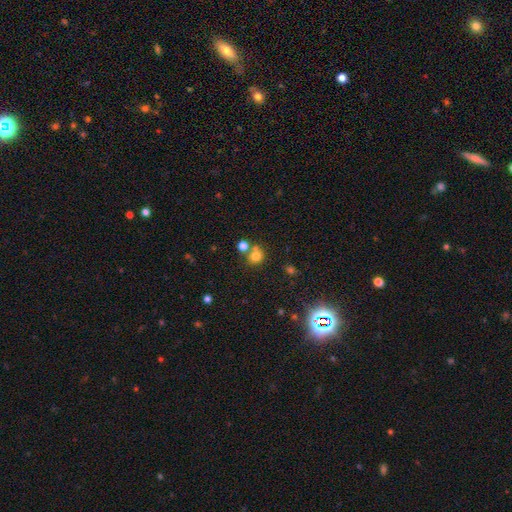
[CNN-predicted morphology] smooth 75%, star or artifact 16%, featured or disk 9%. Down the decision tree: how rounded — round (83%); merging — none (57%).